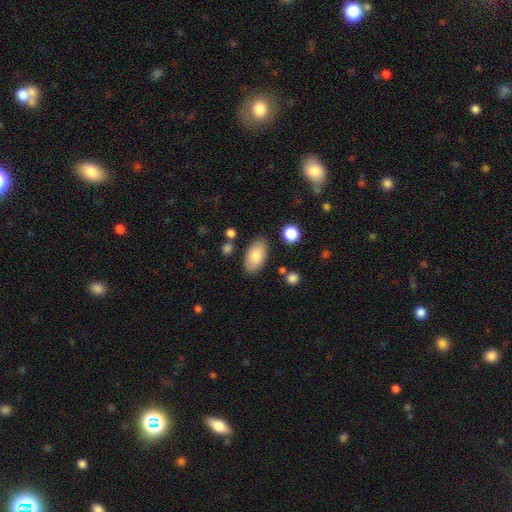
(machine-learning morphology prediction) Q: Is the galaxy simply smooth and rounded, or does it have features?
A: smooth — 81%.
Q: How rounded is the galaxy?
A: in between — 94%.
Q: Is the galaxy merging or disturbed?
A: none — 82%.